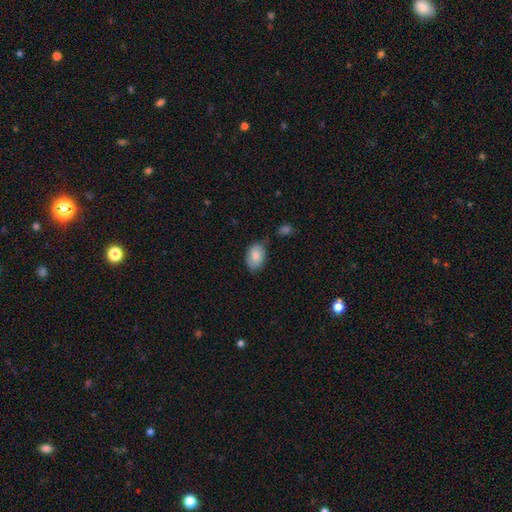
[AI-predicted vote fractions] A smooth galaxy with no disk features (83%) that is in between round and cigar-shaped (88%).

Vote fractions:
- Smooth or featured? smooth: 83% / featured or disk: 10% / star or artifact: 7%
- How rounded? in between: 88% / round: 11% / cigar-shaped: 1%
- Merging? none: 67% / minor disturbance: 24% / major disturbance: 5% / merger: 4%